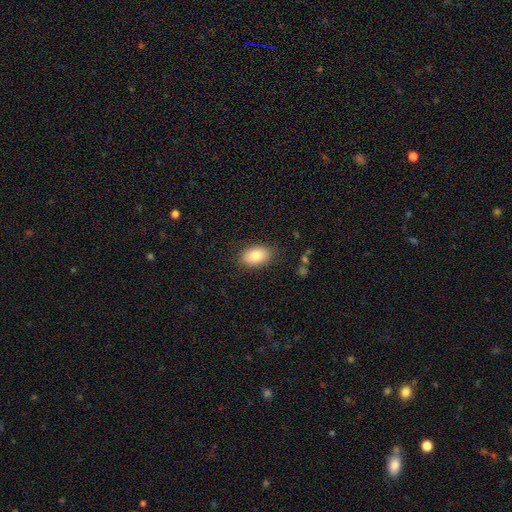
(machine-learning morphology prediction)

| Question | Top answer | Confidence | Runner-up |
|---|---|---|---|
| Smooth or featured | smooth | 82% | featured or disk (10%) |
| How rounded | in between | 89% | round (10%) |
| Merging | none | 86% | minor disturbance (11%) |